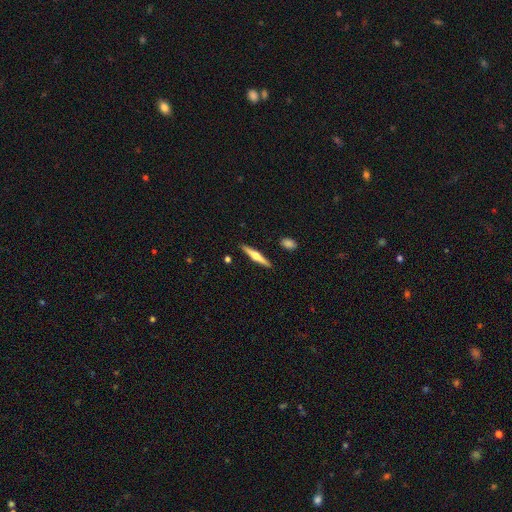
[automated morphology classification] A featured or disk galaxy (63%) viewed edge-on (97%) with a rounded central bulge (92%).

Vote fractions:
- Smooth or featured? featured or disk: 63% / smooth: 31% / star or artifact: 5%
- Edge-on disk? yes: 97% / no: 3%
- Edge-on bulge? rounded: 92% / boxy: 4% / none: 4%
- Merging? none: 90% / minor disturbance: 7% / merger: 2% / major disturbance: 2%